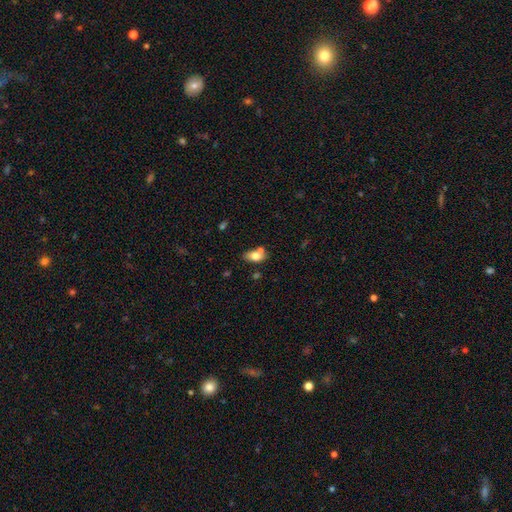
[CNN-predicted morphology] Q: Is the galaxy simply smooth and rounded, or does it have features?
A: smooth — 75%.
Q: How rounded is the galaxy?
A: in between — 89%.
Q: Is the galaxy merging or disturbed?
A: none — 57%.